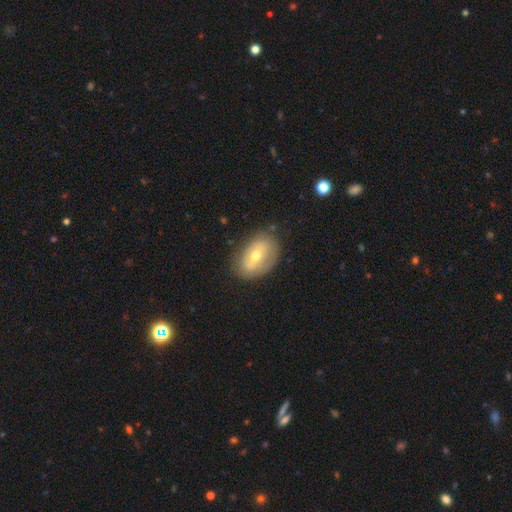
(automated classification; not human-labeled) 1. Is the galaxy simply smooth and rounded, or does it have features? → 49% smooth, 44% featured or disk, 7% star or artifact.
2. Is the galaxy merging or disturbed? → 74% none, 18% minor disturbance, 6% major disturbance, 2% merger.